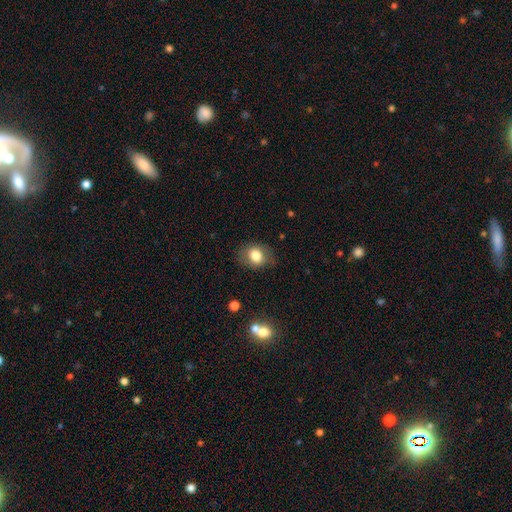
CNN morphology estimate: This is likely a smooth galaxy (78%). How rounded: possibly in between (53%). Merging: likely none (77%).